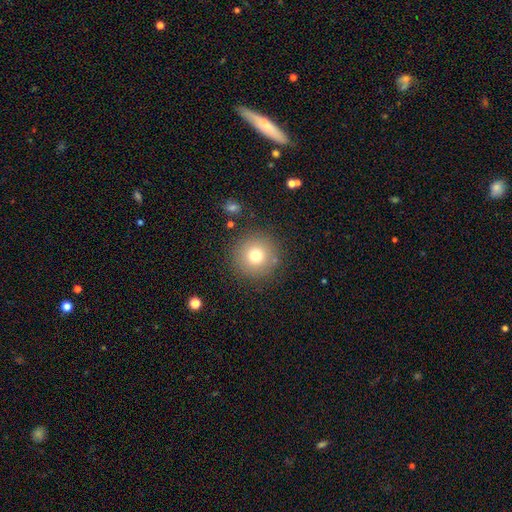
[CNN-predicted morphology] The model was most divided on "smooth or featured": smooth: 75%, star or artifact: 13%, featured or disk: 12%. More confident: how rounded — round (96%); merging — none (86%).